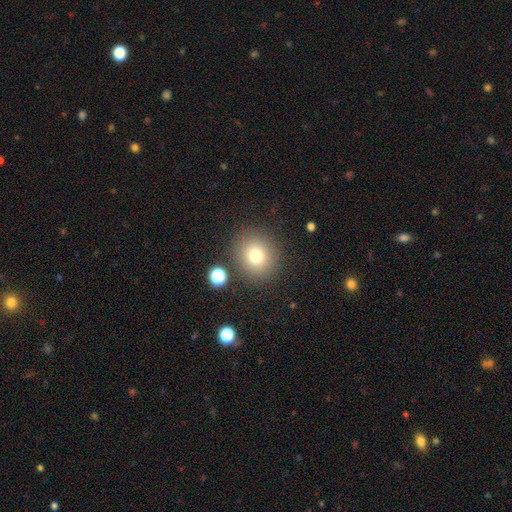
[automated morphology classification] This appears to be a smooth galaxy with no disk features (76%) that is round (85%). Merging: none (84%).